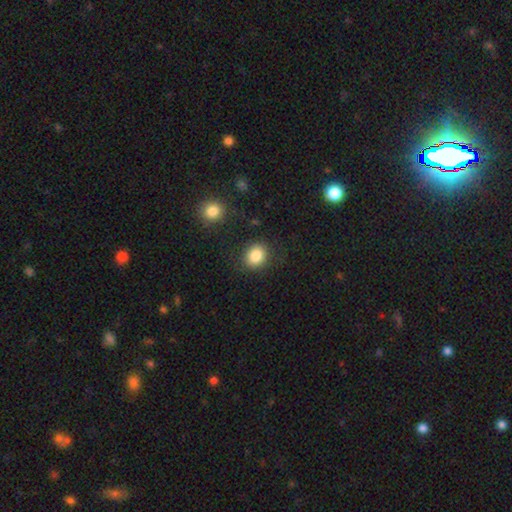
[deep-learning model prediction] smooth_or_featured: smooth (p=0.85) [alt: star or artifact p=0.09]
how_rounded: round (p=0.61) [alt: in between p=0.38]
merging: none (p=0.84) [alt: minor disturbance p=0.10]